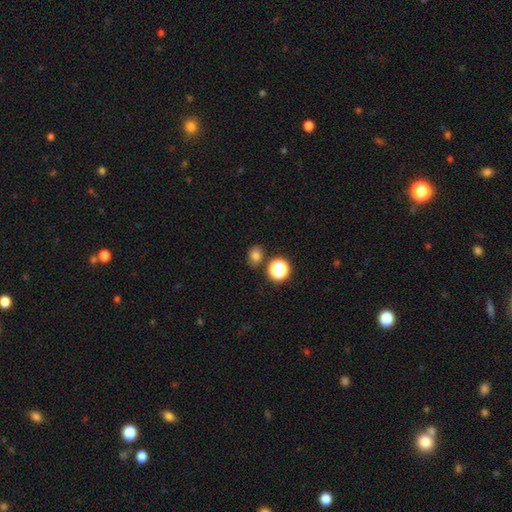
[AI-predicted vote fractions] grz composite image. It shows a smooth galaxy with no disk features (77%) that is round (55%). Merging: none (79%).